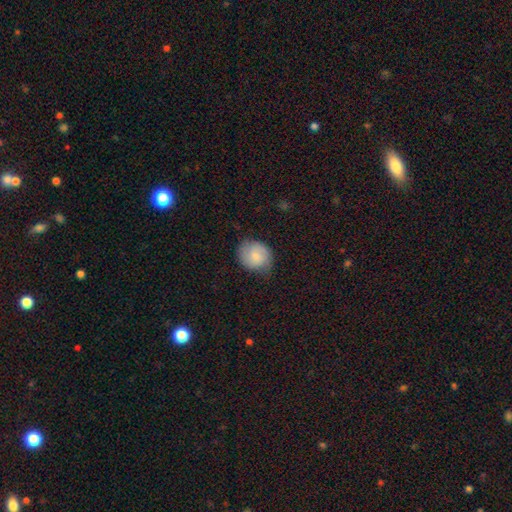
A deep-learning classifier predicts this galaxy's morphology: Smooth or featured: smooth — 77% (featured or disk — 16%)
How rounded: round — 74% (in between — 25%)
Merging: none — 64% (minor disturbance — 29%)